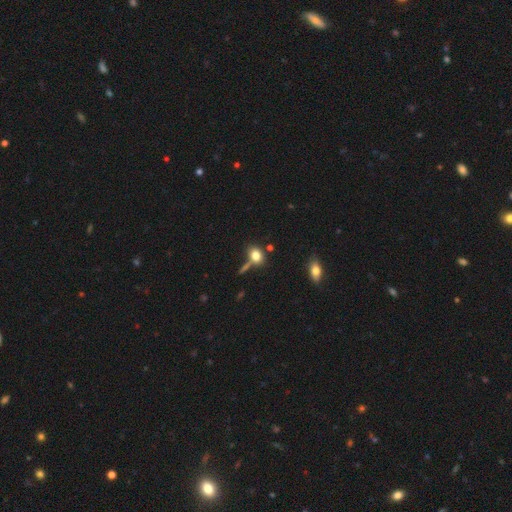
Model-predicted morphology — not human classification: type=smooth (79%); roundness=in between (65%); merging=none (59%).